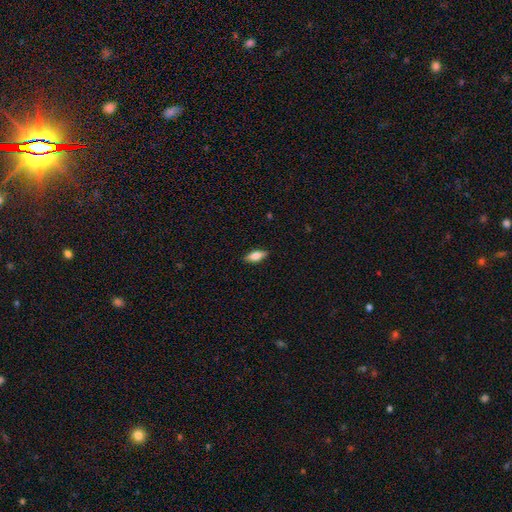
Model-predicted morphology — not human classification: This is likely a smooth galaxy (68%). How rounded: likely in between (76%). Merging: clearly none (88%).